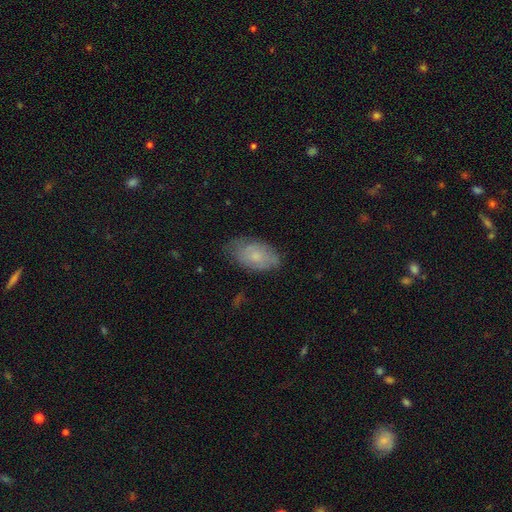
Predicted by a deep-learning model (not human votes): Q: Smooth or featured?
A: smooth (64%); runner-up: featured or disk (28%)
Q: How rounded?
A: in between (93%); runner-up: round (5%)
Q: Merging?
A: none (65%); runner-up: minor disturbance (27%)